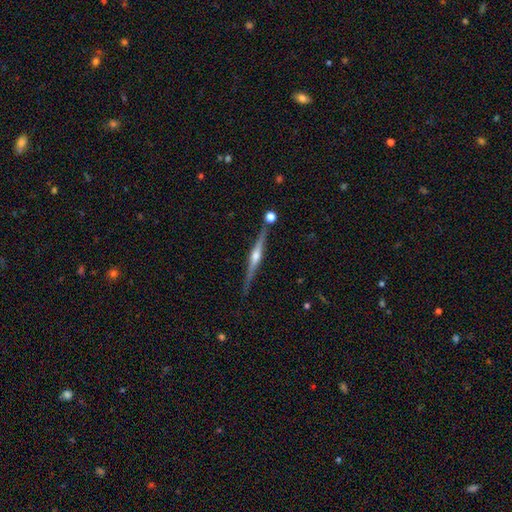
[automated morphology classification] This is clearly a featured or disk galaxy (84%). It is clearly viewed edge-on (98%). Edge-on bulge: clearly rounded (89%). Merging: clearly none (84%).